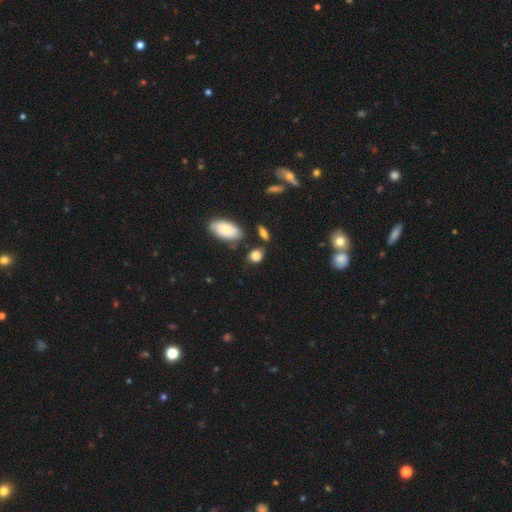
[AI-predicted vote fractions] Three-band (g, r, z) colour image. It shows a smooth galaxy with no disk features (83%) that is round (49%, tied with in between). Merging: none (71%).